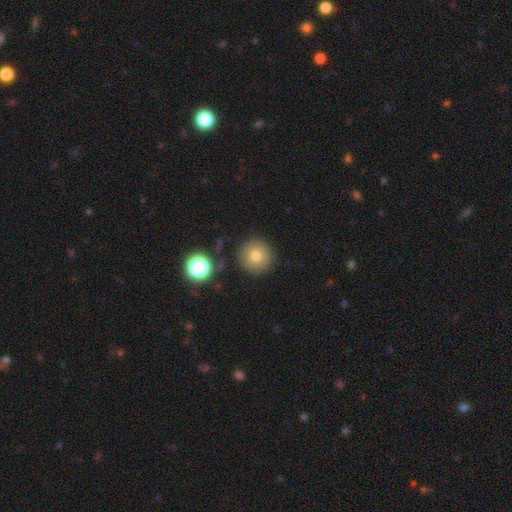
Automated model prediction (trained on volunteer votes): smooth_or_featured: smooth (p=0.76) [alt: star or artifact p=0.12]
how_rounded: round (p=0.95) [alt: in between p=0.04]
merging: none (p=0.87) [alt: minor disturbance p=0.07]